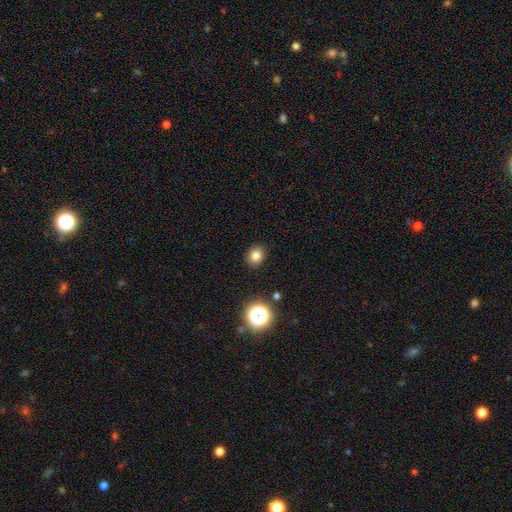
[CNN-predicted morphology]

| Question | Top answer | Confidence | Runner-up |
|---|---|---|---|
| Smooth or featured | smooth | 80% | star or artifact (14%) |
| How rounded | round | 70% | in between (29%) |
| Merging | none | 90% | minor disturbance (7%) |